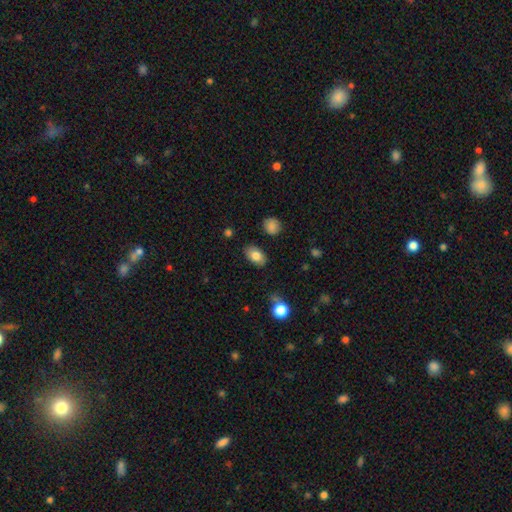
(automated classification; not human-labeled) smooth_or_featured: smooth (p=0.81) [alt: featured or disk p=0.11]
how_rounded: in between (p=0.88) [alt: round p=0.10]
merging: none (p=0.83) [alt: minor disturbance p=0.12]